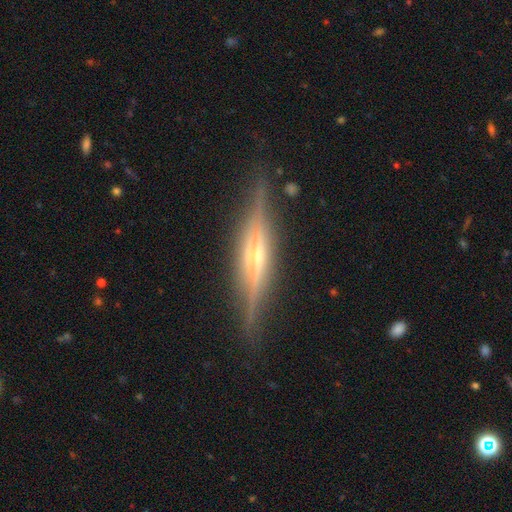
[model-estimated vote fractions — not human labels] Smooth or featured? featured or disk (84%)
Edge-on disk? yes (96%)
Edge-on bulge? rounded (67%)
Merging? none (85%)